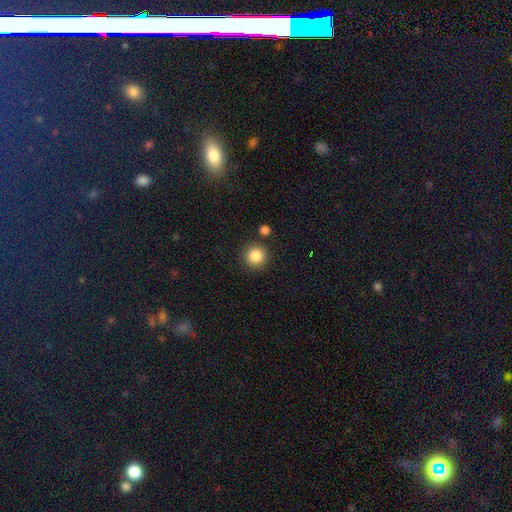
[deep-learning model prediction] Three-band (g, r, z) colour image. It shows a smooth galaxy with no disk features (85%) that is round (94%). Merging: none (87%).